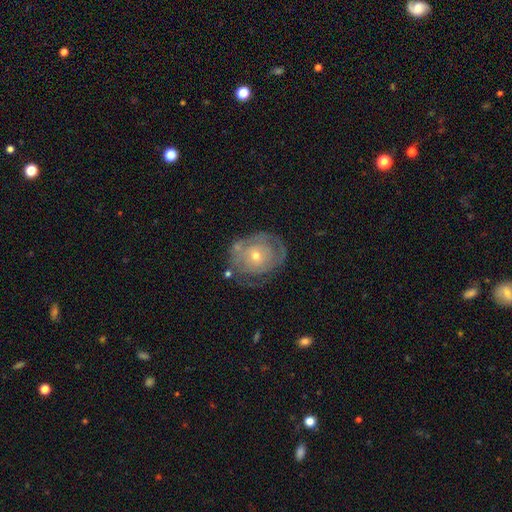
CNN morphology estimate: featured or disk 67%, smooth 27%, star or artifact 7%. Down the decision tree: edge-on disk — no (96%); bar — no (82%); spiral arms — yes (57%); bulge size — small (55%); merging — none (58%).